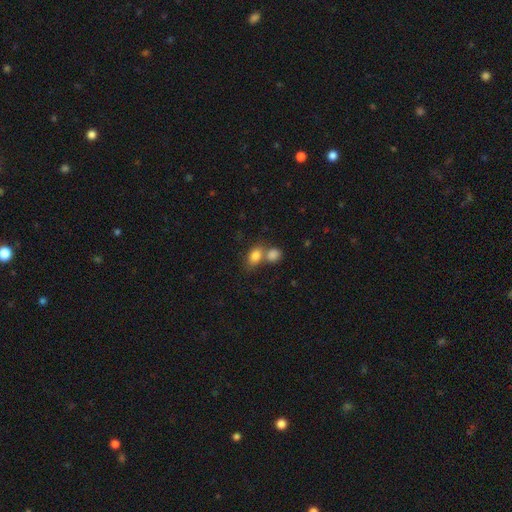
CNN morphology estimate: Overall: smooth (82%). How rounded: in between (74%). Merging: merger (46%; none 39%).